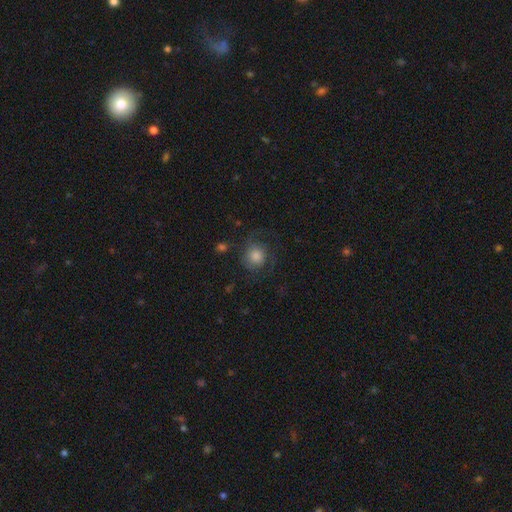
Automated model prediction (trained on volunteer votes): Morphology: type=smooth (49%); merging=none (64%).